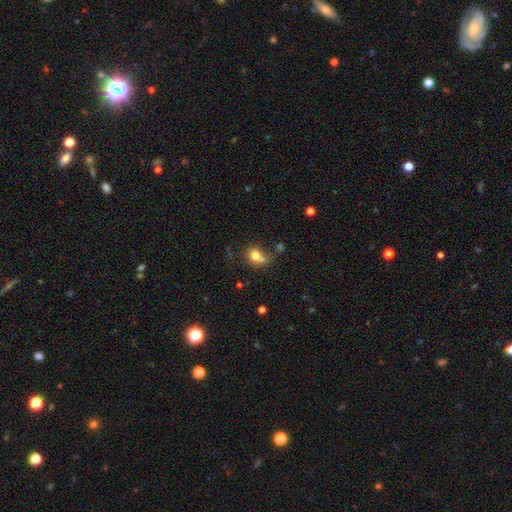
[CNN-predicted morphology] This appears to be a smooth galaxy with no disk features (76%) that is round (59%). Merging: none (43%).